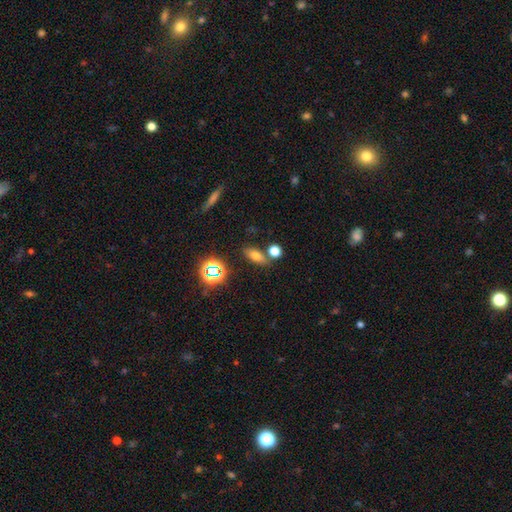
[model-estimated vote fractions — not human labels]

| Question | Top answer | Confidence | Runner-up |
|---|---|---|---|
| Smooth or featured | smooth | 65% | star or artifact (18%) |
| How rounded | in between | 66% | cigar-shaped (21%) |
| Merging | none | 74% | merger (12%) |